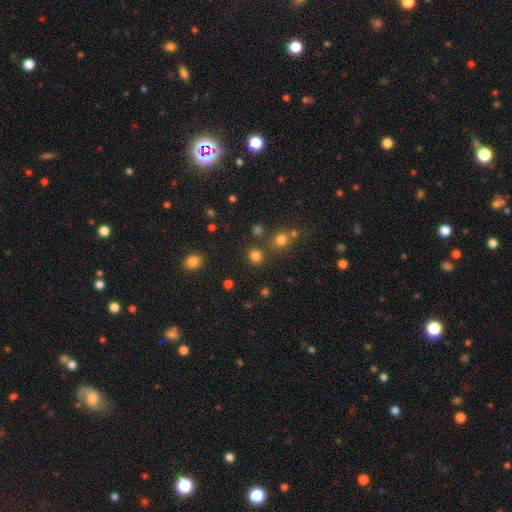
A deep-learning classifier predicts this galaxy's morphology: This appears to be a smooth galaxy with no disk features (78%) that is round (91%). Merging: none (81%).